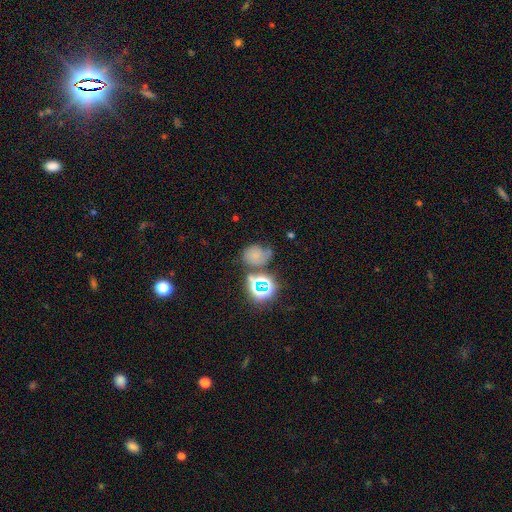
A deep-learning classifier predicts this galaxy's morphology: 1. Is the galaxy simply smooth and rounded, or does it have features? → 51% smooth, 29% star or artifact, 20% featured or disk.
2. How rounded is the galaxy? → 57% round, 42% in between, 1% cigar-shaped.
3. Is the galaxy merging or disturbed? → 47% none, 24% minor disturbance, 17% merger, 12% major disturbance.